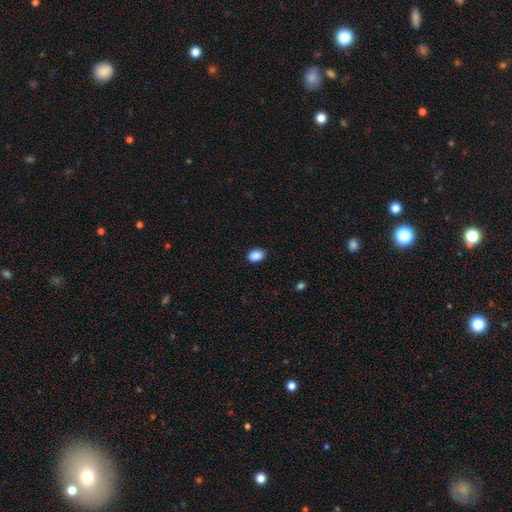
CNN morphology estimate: A smooth galaxy with no disk features (89%) that is in between round and cigar-shaped (75%).

Vote fractions:
- Smooth or featured? smooth: 89% / star or artifact: 8% / featured or disk: 3%
- How rounded? in between: 75% / round: 24% / cigar-shaped: 1%
- Merging? none: 88% / minor disturbance: 9% / major disturbance: 2% / merger: 1%